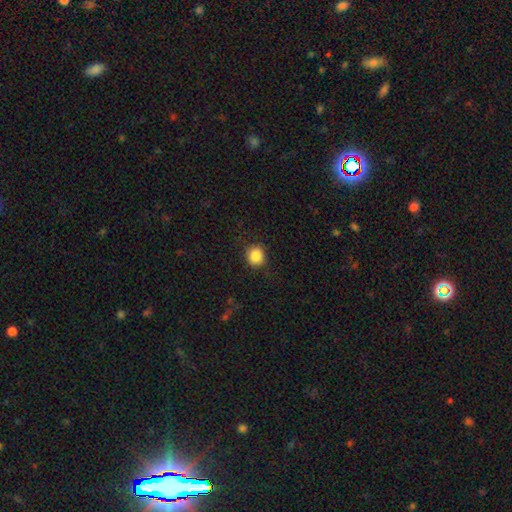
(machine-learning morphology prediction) This is clearly a smooth galaxy (86%). How rounded: clearly round (87%). Merging: clearly none (85%).